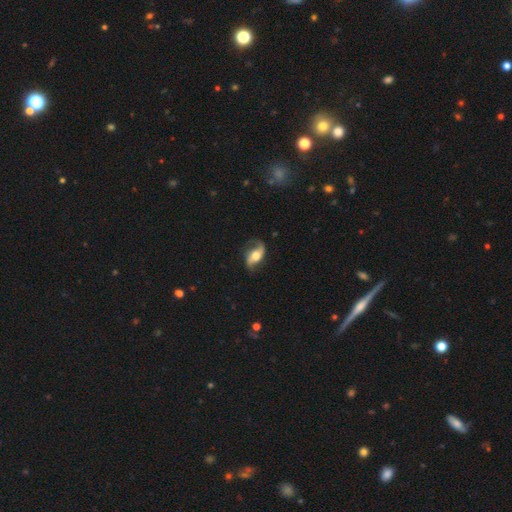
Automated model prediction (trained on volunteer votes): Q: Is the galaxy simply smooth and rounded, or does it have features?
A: featured or disk — 75%.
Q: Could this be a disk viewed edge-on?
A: no — 93%.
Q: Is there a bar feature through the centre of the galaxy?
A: no — 49%.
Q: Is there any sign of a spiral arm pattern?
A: yes — 91%.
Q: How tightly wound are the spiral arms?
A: loose — 69%.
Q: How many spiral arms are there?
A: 2 — 89%.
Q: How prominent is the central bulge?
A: moderate — 58%.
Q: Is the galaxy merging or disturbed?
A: none — 69%.